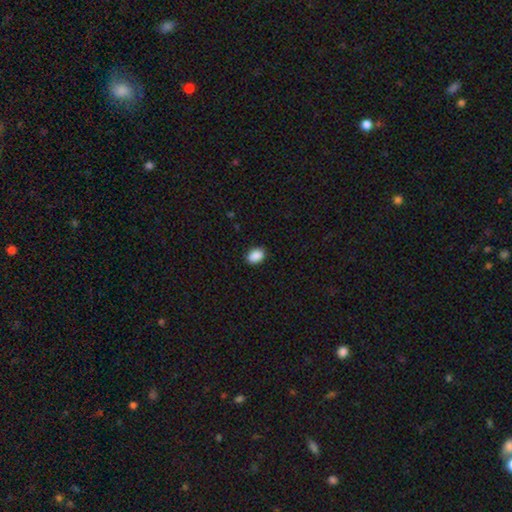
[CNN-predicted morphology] This appears to be a smooth galaxy with no disk features (90%) that is in between round and cigar-shaped (81%). Merging: none (88%).